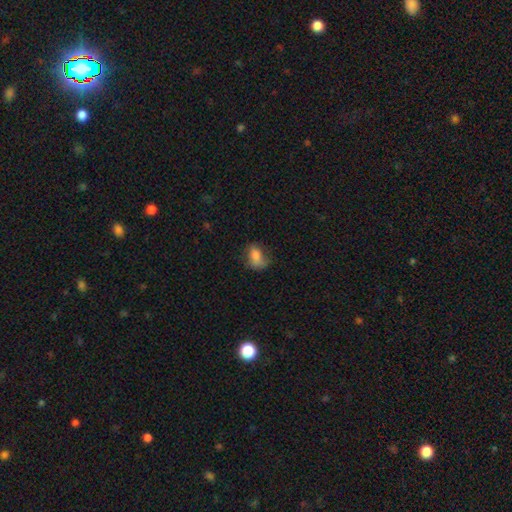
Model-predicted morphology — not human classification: Overall: smooth (76%). How rounded: in between (75%). Merging: none (50%; minor disturbance 30%).